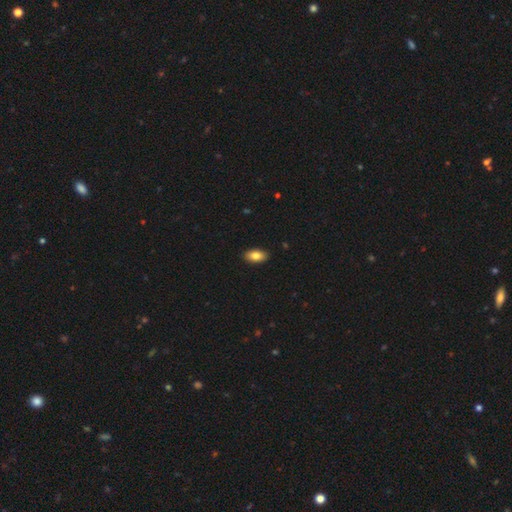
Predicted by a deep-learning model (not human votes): This is clearly a smooth galaxy (84%). How rounded: clearly in between (92%). Merging: clearly none (90%).